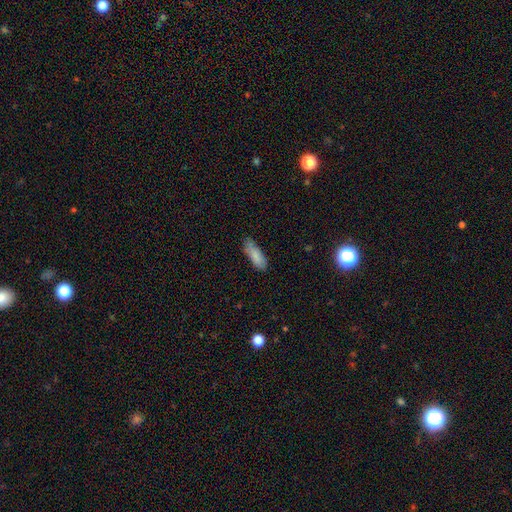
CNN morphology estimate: This is clearly a smooth galaxy (84%). How rounded: likely in between (66%). Merging: likely none (68%).